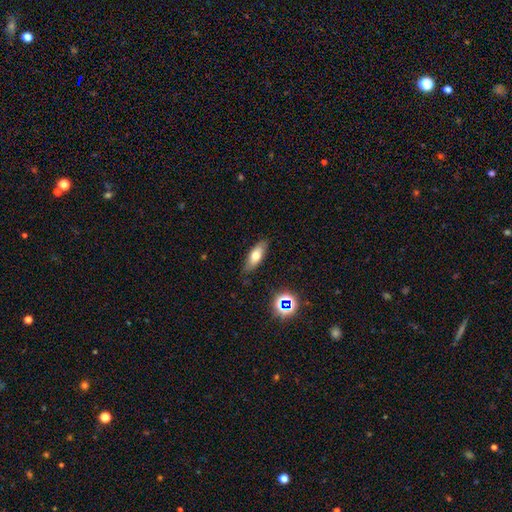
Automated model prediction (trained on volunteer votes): A smooth galaxy with no disk features (66%) that is in between round and cigar-shaped (66%). Merging: none (83%).